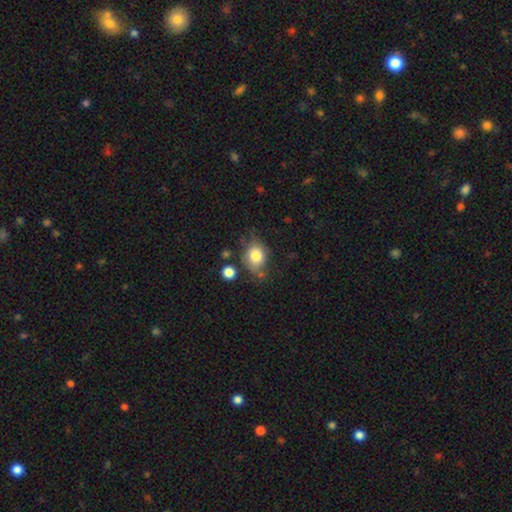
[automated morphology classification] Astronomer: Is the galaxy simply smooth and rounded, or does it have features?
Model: smooth — 79%.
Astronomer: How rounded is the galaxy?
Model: round — 53% (runner-up: in between, 46%).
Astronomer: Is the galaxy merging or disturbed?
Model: none — 61%.